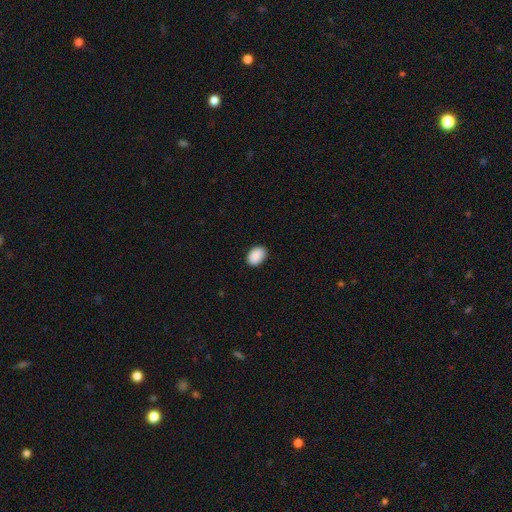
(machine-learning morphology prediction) Smooth or featured: smooth — 91% (star or artifact — 7%)
How rounded: in between — 82% (round — 17%)
Merging: none — 87% (minor disturbance — 10%)